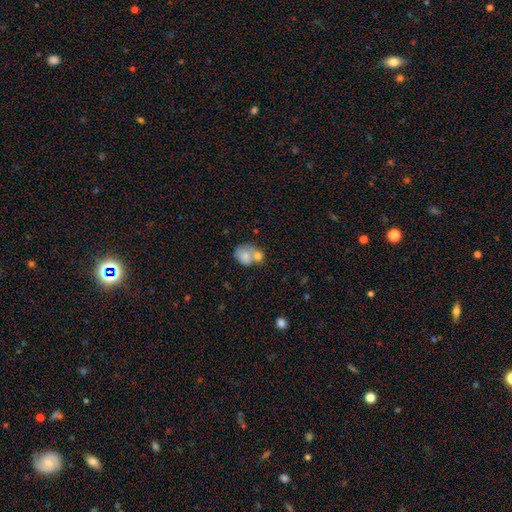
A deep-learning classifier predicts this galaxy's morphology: A smooth galaxy with no disk features (59%) that is round (50%). Merging: merger (53%).